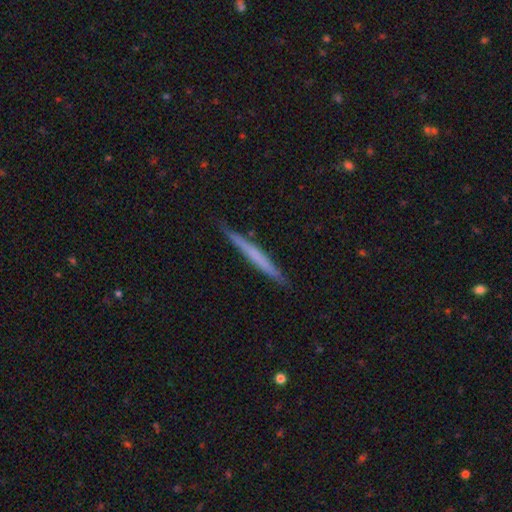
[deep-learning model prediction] Smooth or featured?
  - smooth: 49% *
  - featured or disk: 45%
  - star or artifact: 6%
Merging?
  - none: 89% *
  - minor disturbance: 8%
  - major disturbance: 1%
  - merger: 1%